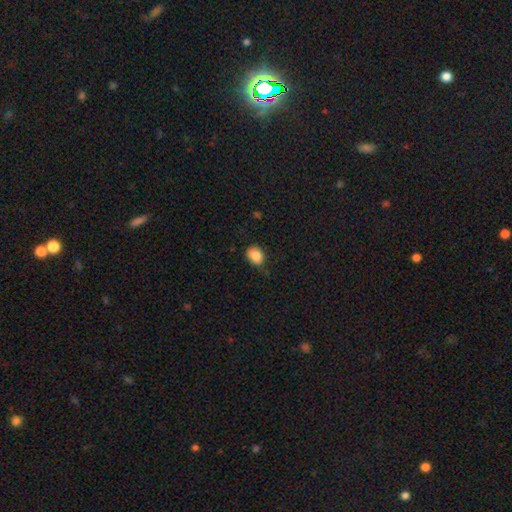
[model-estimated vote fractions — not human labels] Smooth or featured?
  - smooth: 85% *
  - star or artifact: 9%
  - featured or disk: 6%
How rounded?
  - in between: 58% *
  - round: 41%
  - cigar-shaped: 1%
Merging?
  - none: 67% *
  - minor disturbance: 27%
  - major disturbance: 5%
  - merger: 2%